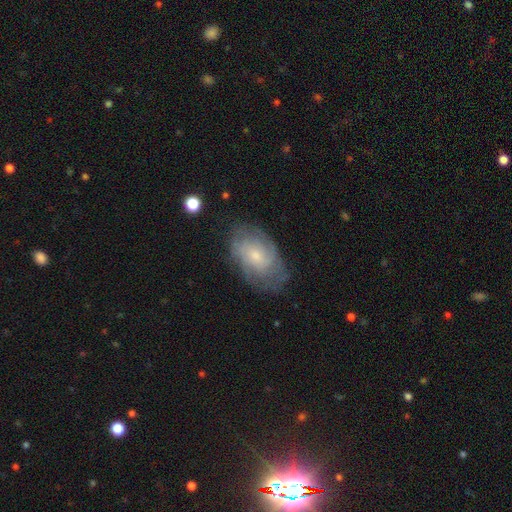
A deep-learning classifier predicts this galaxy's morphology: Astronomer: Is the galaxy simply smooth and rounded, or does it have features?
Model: featured or disk — 59% (runner-up: smooth, 34%).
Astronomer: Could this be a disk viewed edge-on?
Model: no — 95%.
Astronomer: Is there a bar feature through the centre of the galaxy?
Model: no — 71%.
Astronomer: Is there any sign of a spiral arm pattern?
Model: yes — 79%.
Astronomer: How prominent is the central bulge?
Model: small — 53% (runner-up: moderate, 38%).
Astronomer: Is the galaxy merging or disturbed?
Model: none — 68%.